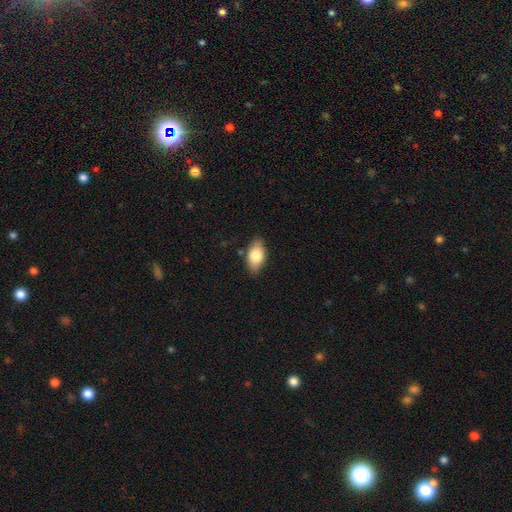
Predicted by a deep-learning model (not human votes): This is likely a smooth galaxy (77%). How rounded: clearly in between (91%). Merging: clearly none (84%).